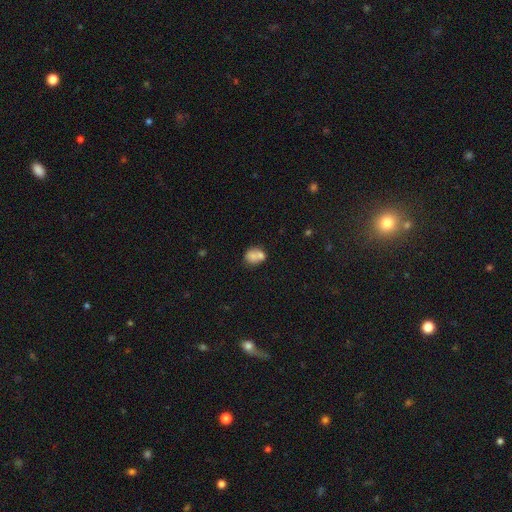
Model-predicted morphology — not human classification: This is likely a smooth galaxy (73%). How rounded: possibly round (55%). Merging: marginally merger (45%).